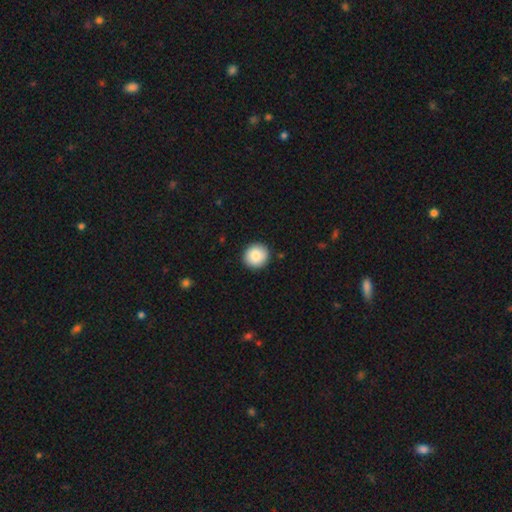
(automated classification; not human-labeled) Overall: smooth (85%). How rounded: round (92%). Merging: none (91%).